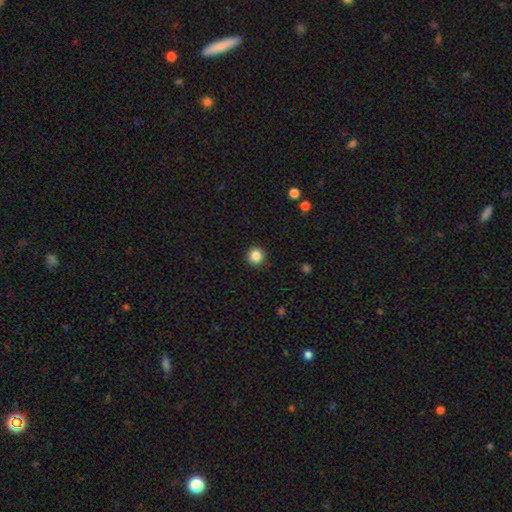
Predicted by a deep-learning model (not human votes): Smooth or featured: smooth — 85% (star or artifact — 10%)
How rounded: round — 95% (in between — 4%)
Merging: none — 92% (minor disturbance — 5%)